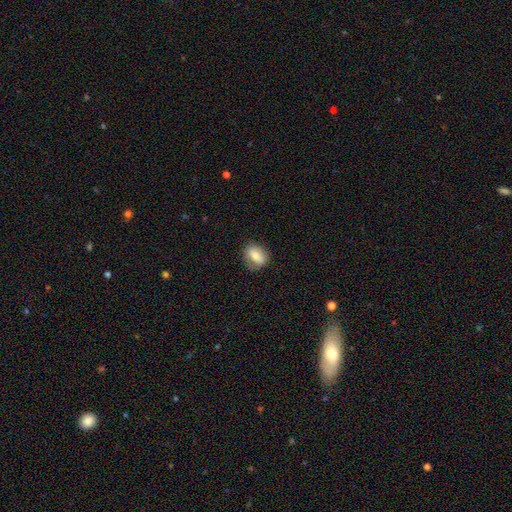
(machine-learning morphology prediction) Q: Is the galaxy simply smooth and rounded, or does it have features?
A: smooth — 67%.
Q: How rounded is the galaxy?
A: in between — 59%.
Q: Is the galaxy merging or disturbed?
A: none — 74%.